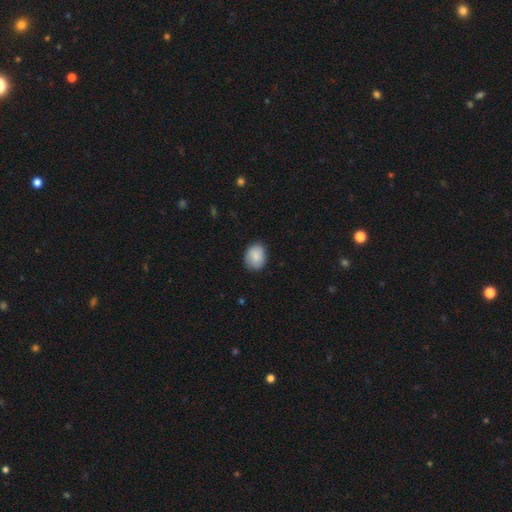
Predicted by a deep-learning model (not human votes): Morphology: type=smooth (86%); roundness=in between (52%); merging=none (82%).